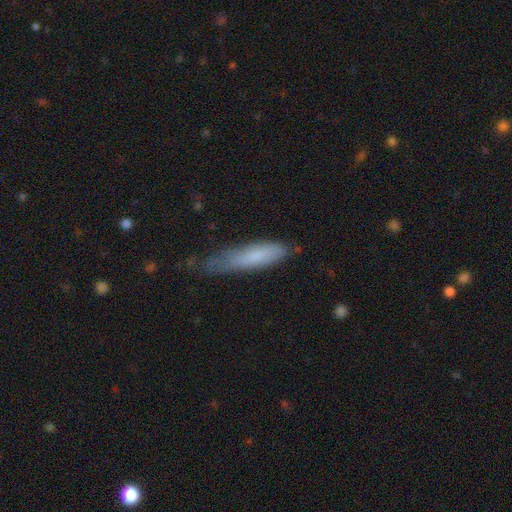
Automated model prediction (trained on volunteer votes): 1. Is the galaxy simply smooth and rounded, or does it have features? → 73% smooth, 20% featured or disk, 7% star or artifact.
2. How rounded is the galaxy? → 73% cigar-shaped, 25% in between, 1% round.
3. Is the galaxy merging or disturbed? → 45% none, 38% minor disturbance, 14% major disturbance, 3% merger.